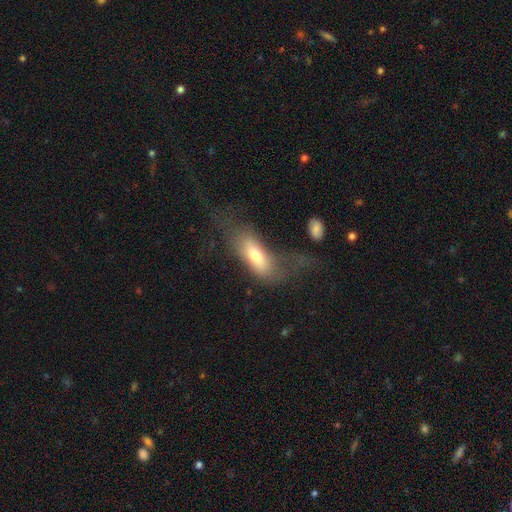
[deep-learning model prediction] smooth_or_featured: smooth (p=0.61) [alt: featured or disk p=0.30]
how_rounded: in between (p=0.66) [alt: cigar-shaped p=0.30]
merging: major disturbance (p=0.45) [alt: none p=0.29]